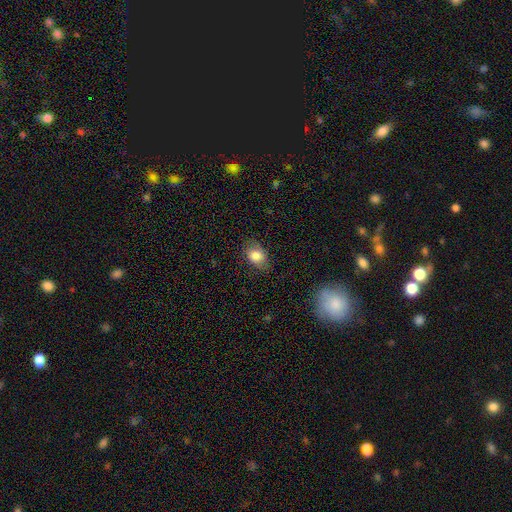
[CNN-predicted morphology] A smooth galaxy with no disk features (82%) that is in between round and cigar-shaped (78%).

Vote fractions:
- Smooth or featured? smooth: 82% / featured or disk: 9% / star or artifact: 8%
- How rounded? in between: 78% / round: 20% / cigar-shaped: 1%
- Merging? none: 78% / minor disturbance: 17% / major disturbance: 4% / merger: 1%